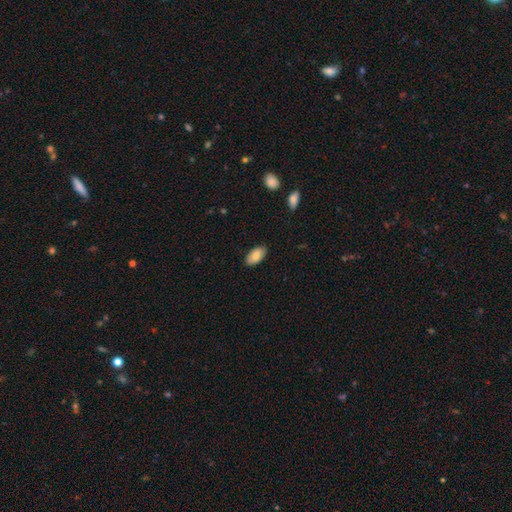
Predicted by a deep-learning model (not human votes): Smooth or featured? smooth (84%)
How rounded? in between (95%)
Merging? none (85%)